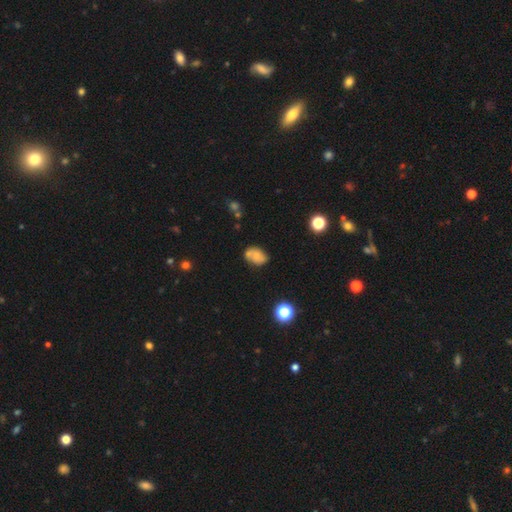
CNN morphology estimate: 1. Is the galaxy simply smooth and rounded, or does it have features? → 61% smooth, 27% featured or disk, 12% star or artifact.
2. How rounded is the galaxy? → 78% in between, 21% round, 1% cigar-shaped.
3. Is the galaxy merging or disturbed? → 52% none, 21% minor disturbance, 20% merger, 6% major disturbance.